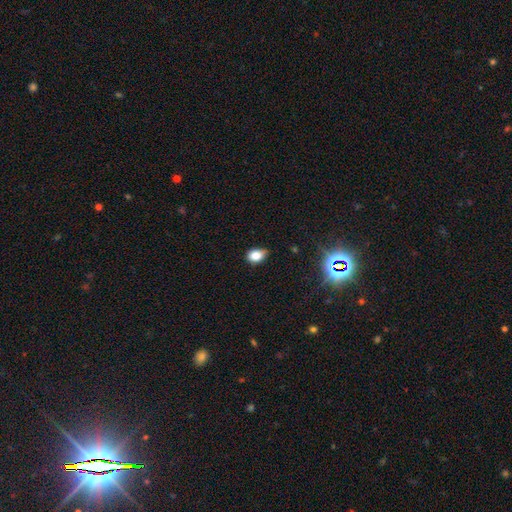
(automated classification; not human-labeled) Q: Smooth or featured?
A: smooth (81%); runner-up: star or artifact (11%)
Q: How rounded?
A: in between (76%); runner-up: round (22%)
Q: Merging?
A: none (62%); runner-up: minor disturbance (31%)